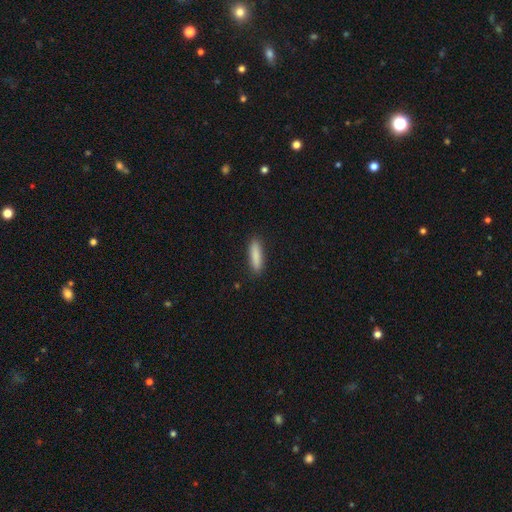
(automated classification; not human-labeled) Smooth or featured?
  - smooth: 87% *
  - featured or disk: 7%
  - star or artifact: 6%
How rounded?
  - cigar-shaped: 72% *
  - in between: 26%
  - round: 1%
Merging?
  - none: 89% *
  - minor disturbance: 8%
  - major disturbance: 2%
  - merger: 1%